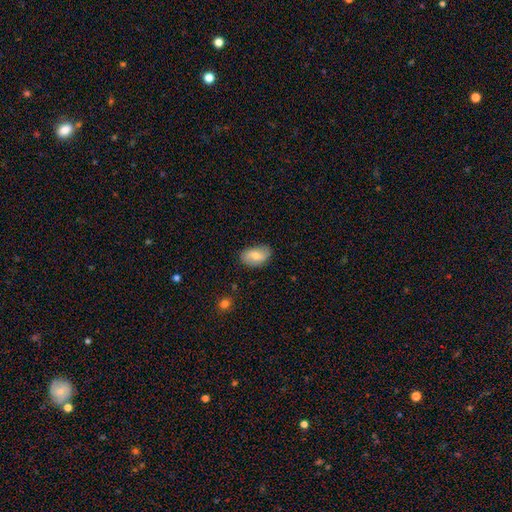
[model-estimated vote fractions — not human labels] This appears to be a smooth galaxy with no disk features (65%) that is in between round and cigar-shaped (91%). Merging: none (78%).